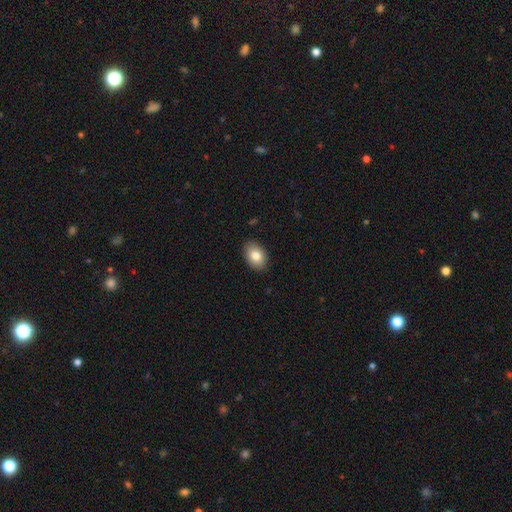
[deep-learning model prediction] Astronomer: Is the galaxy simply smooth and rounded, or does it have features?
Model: smooth — 83%.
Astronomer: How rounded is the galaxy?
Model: in between — 83%.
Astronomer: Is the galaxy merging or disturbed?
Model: none — 88%.